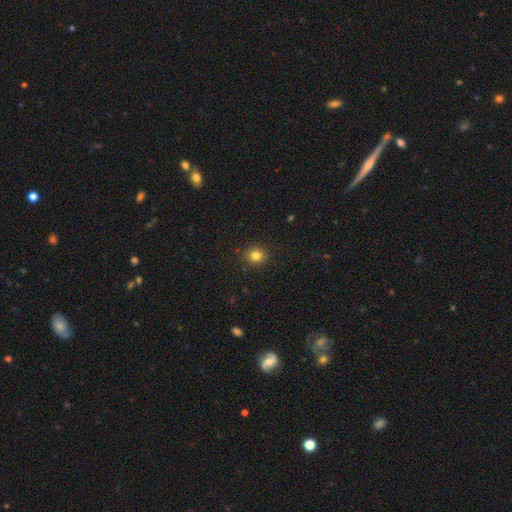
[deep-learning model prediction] A smooth galaxy with no disk features (82%) that is round (77%). Merging: none (90%).